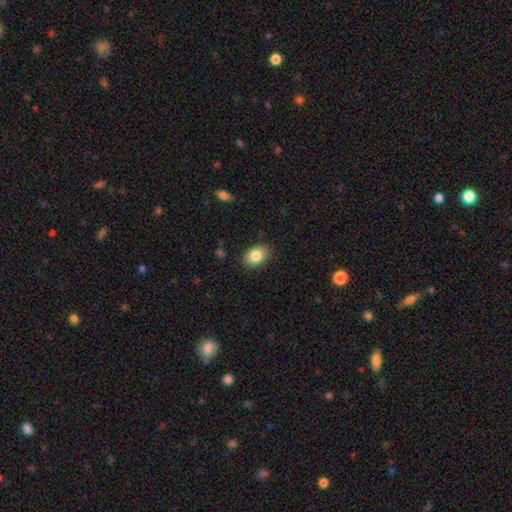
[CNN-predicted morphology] smooth 83%, featured or disk 9%, star or artifact 8%. Down the decision tree: how rounded — in between (81%); merging — none (86%).